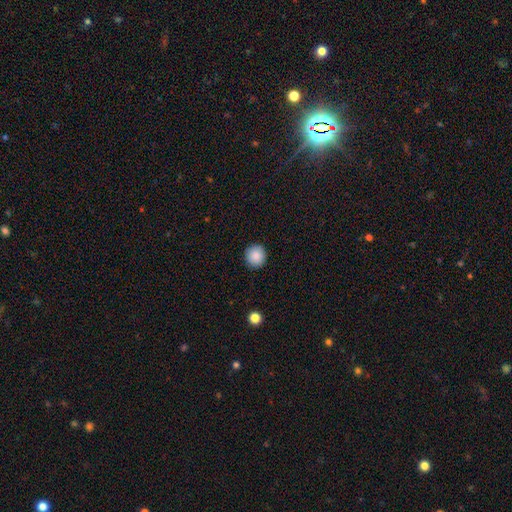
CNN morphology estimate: type=smooth (88%); roundness=round (93%); merging=none (92%).